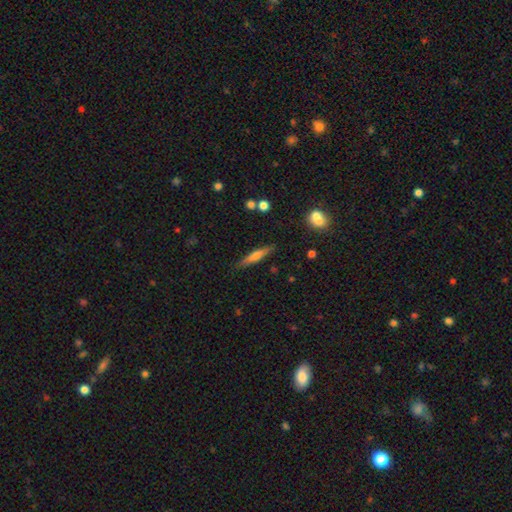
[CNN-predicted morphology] This appears to be a smooth galaxy with no disk features (53%) that is cigar-shaped (87%). Merging: none (86%).